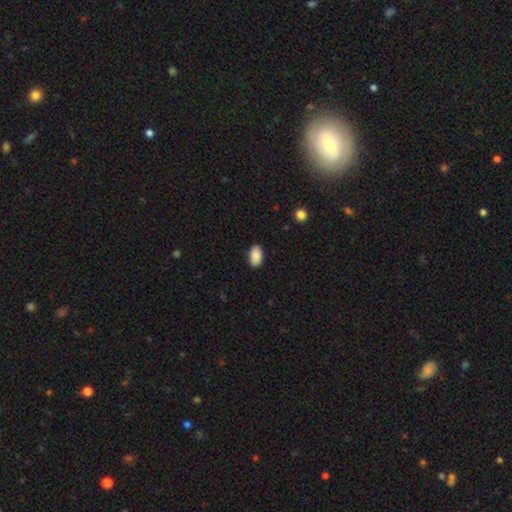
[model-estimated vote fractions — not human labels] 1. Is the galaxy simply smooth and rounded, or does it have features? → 90% smooth, 7% star or artifact, 4% featured or disk.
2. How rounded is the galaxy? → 93% in between, 6% round, 1% cigar-shaped.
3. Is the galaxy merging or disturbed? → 87% none, 10% minor disturbance, 2% major disturbance, 1% merger.